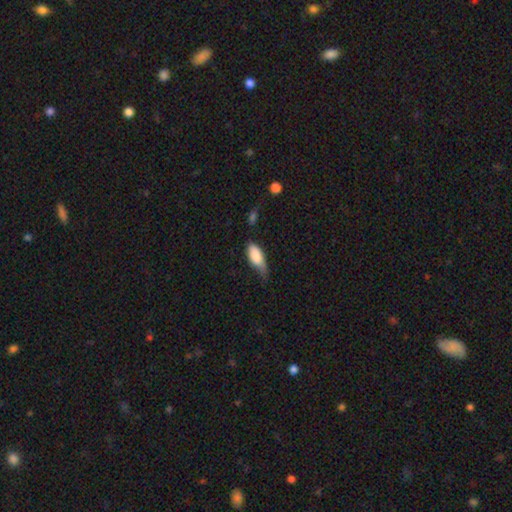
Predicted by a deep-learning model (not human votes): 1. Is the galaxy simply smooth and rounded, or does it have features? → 83% smooth, 11% featured or disk, 6% star or artifact.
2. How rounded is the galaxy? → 87% in between, 11% cigar-shaped, 3% round.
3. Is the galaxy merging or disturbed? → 48% minor disturbance, 27% none, 21% major disturbance, 4% merger.